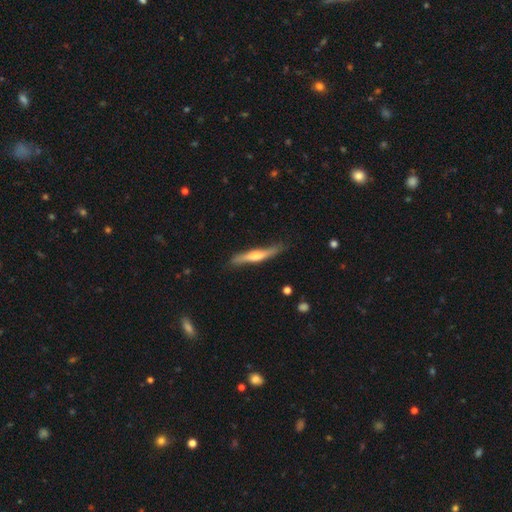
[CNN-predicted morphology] Overall: featured or disk (55%; smooth 39%). Edge-on disk: yes (92%). Edge-on bulge: rounded (82%). Merging: none (79%).